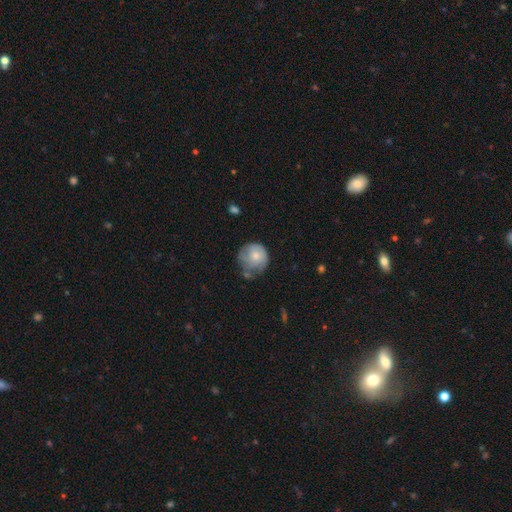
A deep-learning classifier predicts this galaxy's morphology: type=smooth (60%); roundness=round (86%); merging=none (50%).